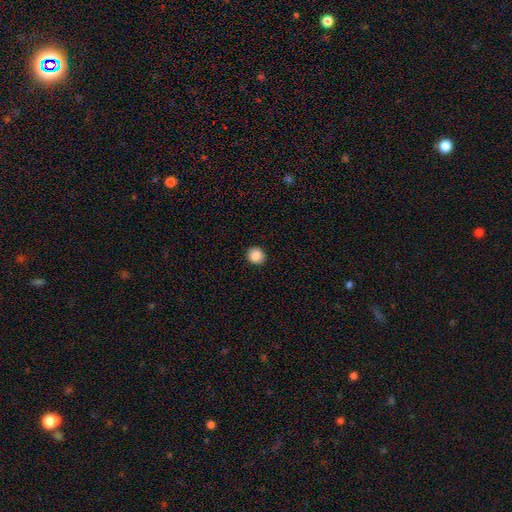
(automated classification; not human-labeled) Morphology: type=smooth (87%); roundness=round (85%); merging=none (92%).